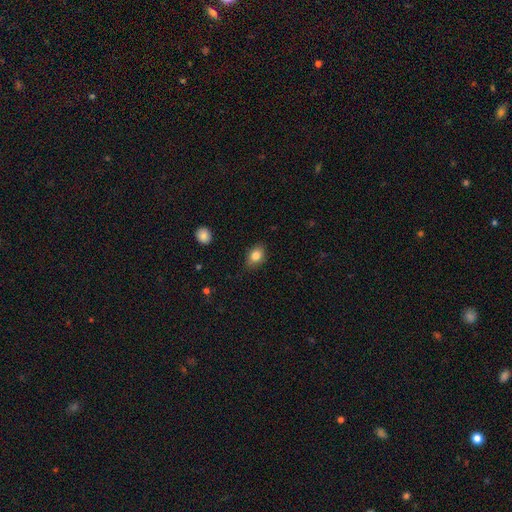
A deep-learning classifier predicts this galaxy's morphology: Smooth or featured? smooth (83%)
How rounded? in between (74%)
Merging? none (83%)